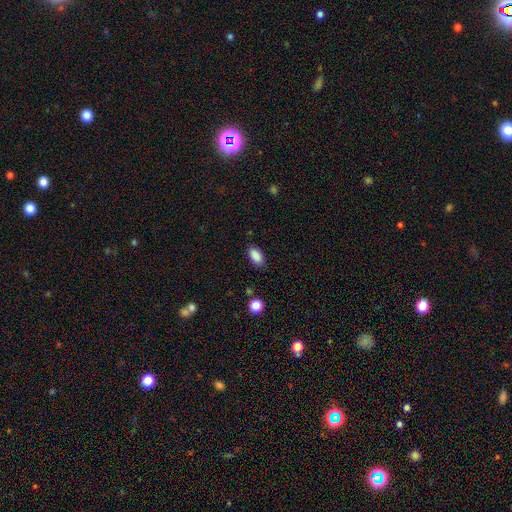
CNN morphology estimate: smooth 88%, star or artifact 8%, featured or disk 3%. Down the decision tree: how rounded — in between (91%); merging — none (81%).